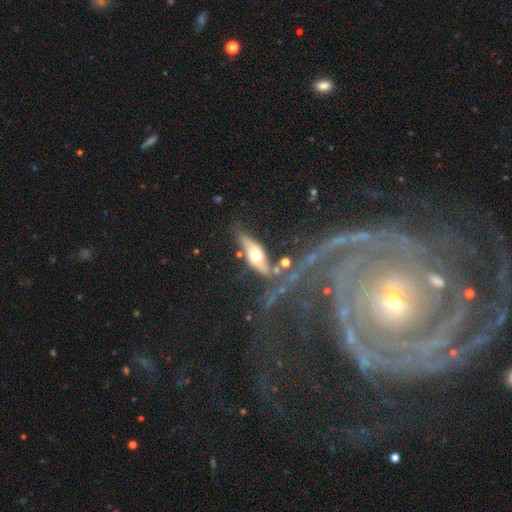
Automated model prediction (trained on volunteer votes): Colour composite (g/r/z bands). It shows a featured or disk galaxy (53%) viewed edge-on (56%). Merging: none (54%).